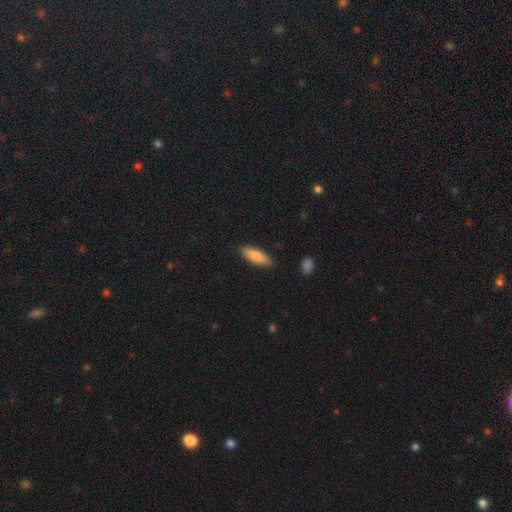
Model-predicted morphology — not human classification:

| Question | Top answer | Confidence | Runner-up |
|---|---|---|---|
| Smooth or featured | smooth | 83% | featured or disk (12%) |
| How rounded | in between | 53% | cigar-shaped (45%) |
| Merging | none | 85% | minor disturbance (12%) |